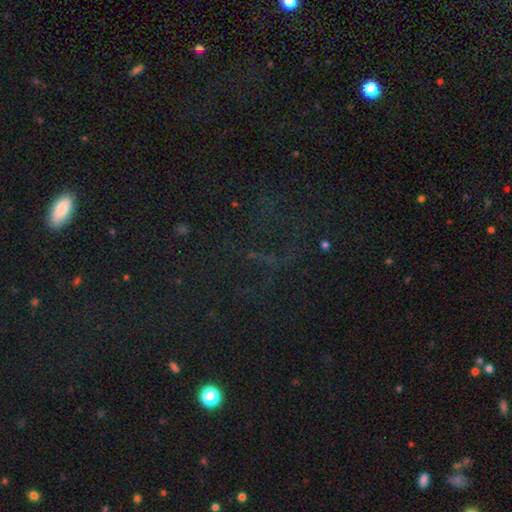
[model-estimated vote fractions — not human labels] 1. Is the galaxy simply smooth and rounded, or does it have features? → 68% star or artifact, 18% smooth, 14% featured or disk.